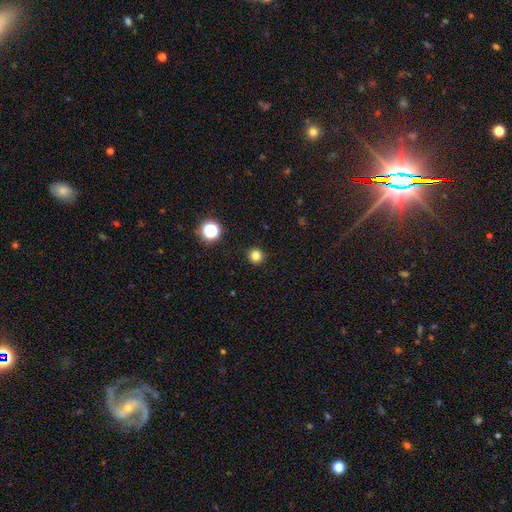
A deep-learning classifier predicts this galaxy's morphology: A smooth galaxy with no disk features (81%) that is round (95%). Merging: none (93%).